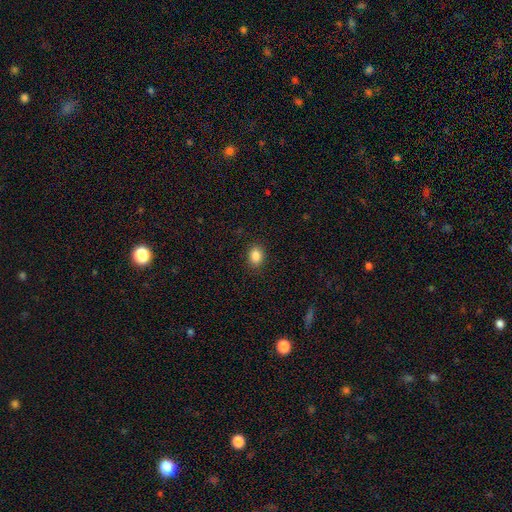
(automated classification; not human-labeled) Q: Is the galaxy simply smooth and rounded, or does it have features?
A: smooth — 85%.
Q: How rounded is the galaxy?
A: in between — 60%.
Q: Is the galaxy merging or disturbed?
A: none — 89%.